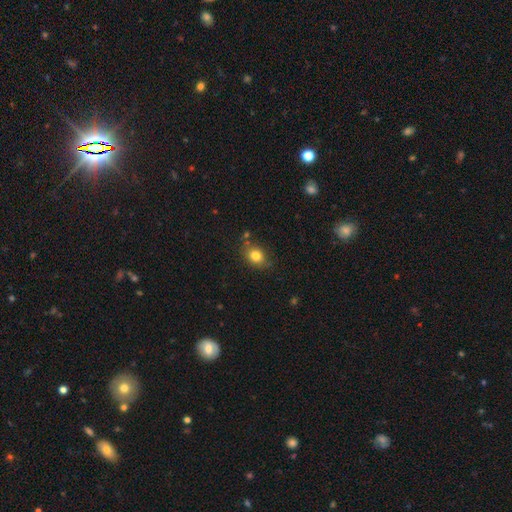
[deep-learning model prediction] smooth_or_featured: smooth (p=0.81) [alt: star or artifact p=0.11]
how_rounded: round (p=0.54) [alt: in between p=0.45]
merging: none (p=0.76) [alt: minor disturbance p=0.15]